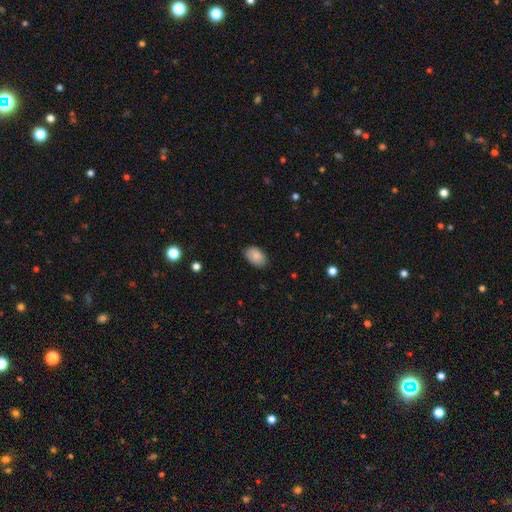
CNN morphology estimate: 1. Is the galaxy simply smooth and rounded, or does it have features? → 87% smooth, 7% star or artifact, 6% featured or disk.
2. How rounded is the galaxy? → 89% in between, 10% round, 1% cigar-shaped.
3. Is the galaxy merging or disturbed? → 84% none, 13% minor disturbance, 2% major disturbance, 1% merger.